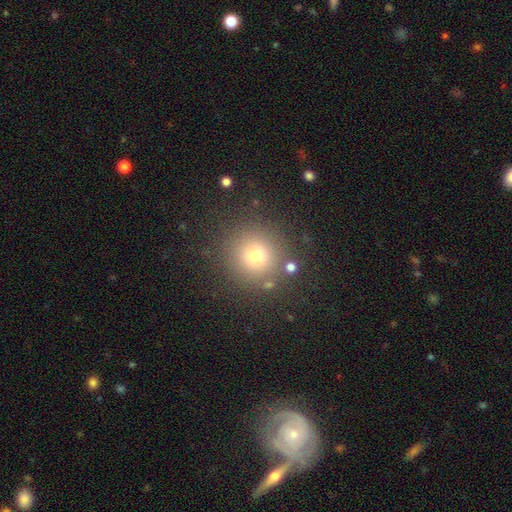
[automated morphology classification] Overall: smooth (71%). How rounded: round (94%). Merging: none (86%).